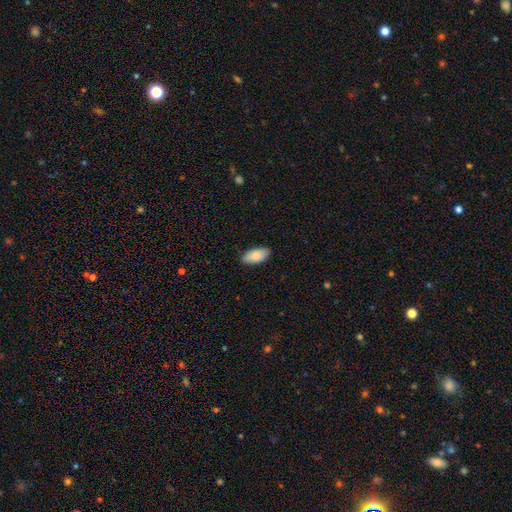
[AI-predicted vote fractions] Overall: smooth (87%). How rounded: in between (93%). Merging: none (87%).